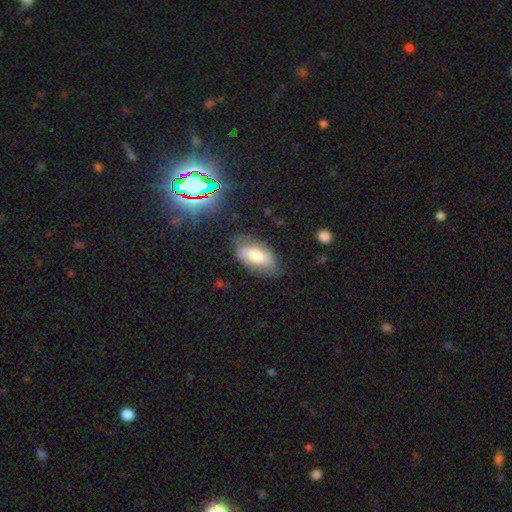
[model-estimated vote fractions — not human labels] A smooth galaxy with no disk features (62%) that is in between round and cigar-shaped (90%). Merging: none (74%).